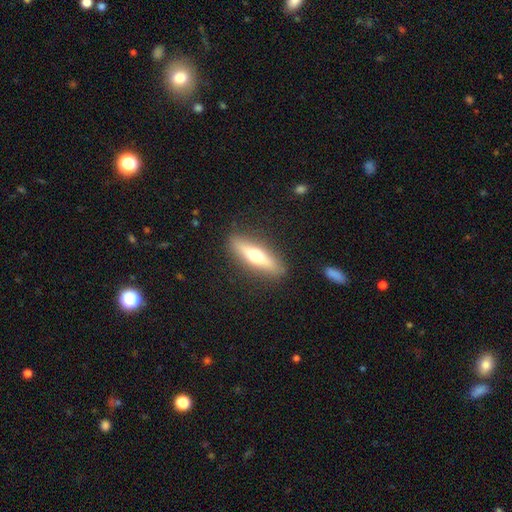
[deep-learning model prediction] smooth_or_featured: featured or disk (p=0.49) [alt: smooth p=0.45]
merging: none (p=0.89) [alt: minor disturbance p=0.08]